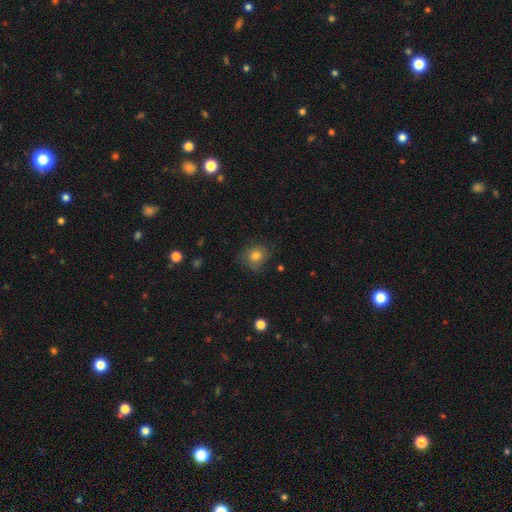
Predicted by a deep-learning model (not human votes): smooth_or_featured: smooth (p=0.69) [alt: featured or disk p=0.19]
how_rounded: round (p=0.70) [alt: in between p=0.29]
merging: none (p=0.70) [alt: minor disturbance p=0.21]